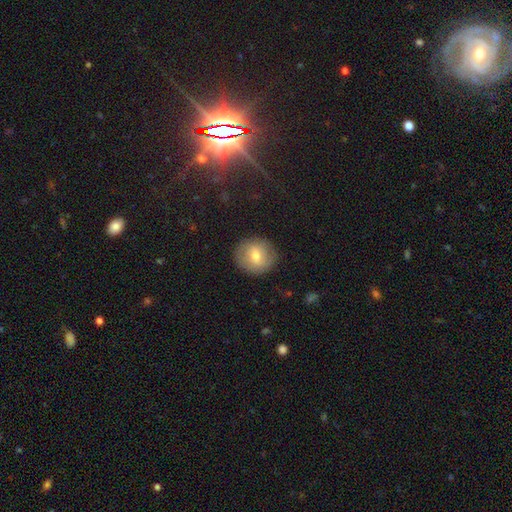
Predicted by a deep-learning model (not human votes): A smooth galaxy with no disk features (60%) that is round (86%).

Vote fractions:
- Smooth or featured? smooth: 60% / featured or disk: 32% / star or artifact: 8%
- How rounded? round: 86% / in between: 13% / cigar-shaped: 1%
- Merging? none: 85% / minor disturbance: 11% / major disturbance: 3% / merger: 1%